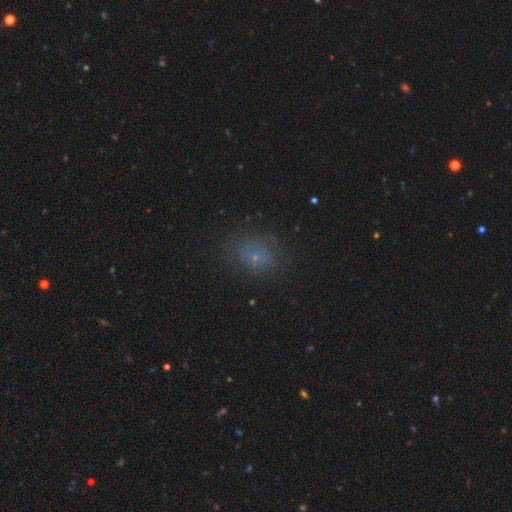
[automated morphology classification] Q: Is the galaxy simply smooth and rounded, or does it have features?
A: smooth — 63%.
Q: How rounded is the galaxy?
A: round — 57%.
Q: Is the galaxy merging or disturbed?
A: none — 76%.